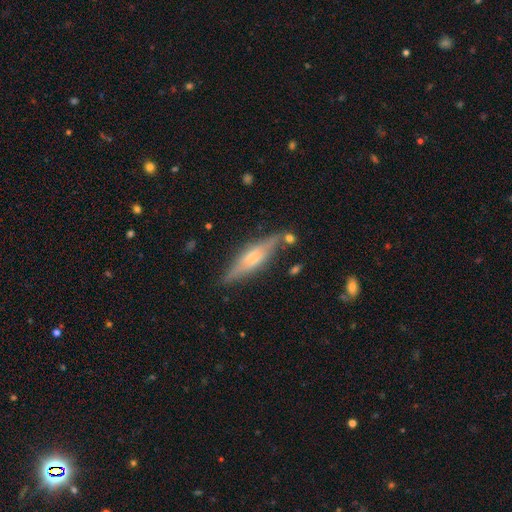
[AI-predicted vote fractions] Smooth or featured: featured or disk — 66% (smooth — 26%)
Edge-on disk: yes — 94% (no — 6%)
Edge-on bulge: rounded — 78% (boxy — 16%)
Merging: none — 82% (minor disturbance — 12%)